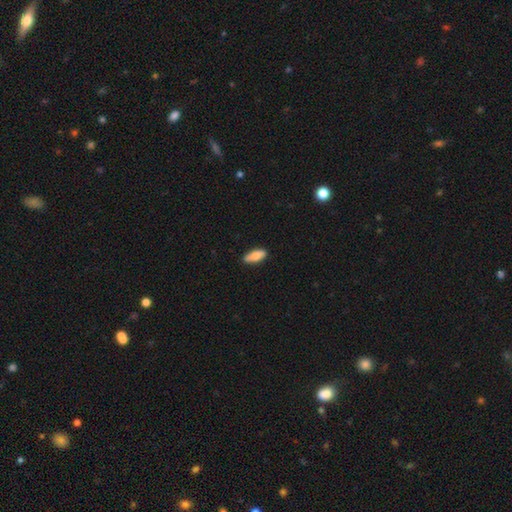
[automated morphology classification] smooth 77%, featured or disk 18%, star or artifact 6%. Down the decision tree: how rounded — in between (74%); merging — none (86%).